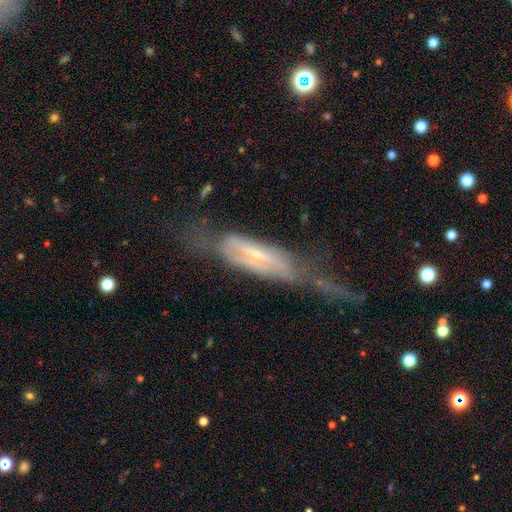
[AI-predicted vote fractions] Overall: featured or disk (69%). Edge-on disk: no (54%; yes 46%). Merging: major disturbance (44%; none 25%).